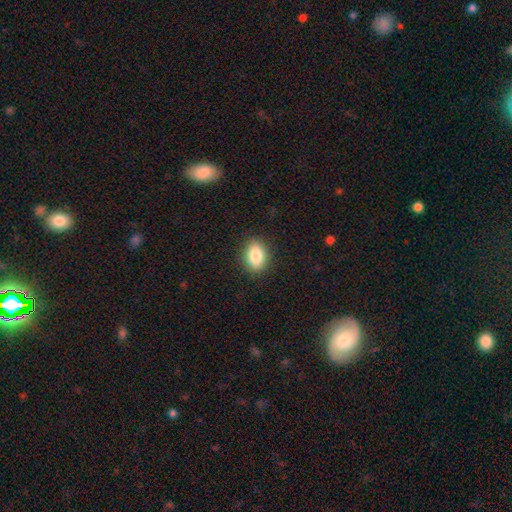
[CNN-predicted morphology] smooth-or-featured: smooth: 85% | star or artifact: 8% | featured or disk: 7%
  how-rounded: in between: 80% | round: 18% | cigar-shaped: 2%
  merging: none: 88% | minor disturbance: 9% | major disturbance: 2% | merger: 1%